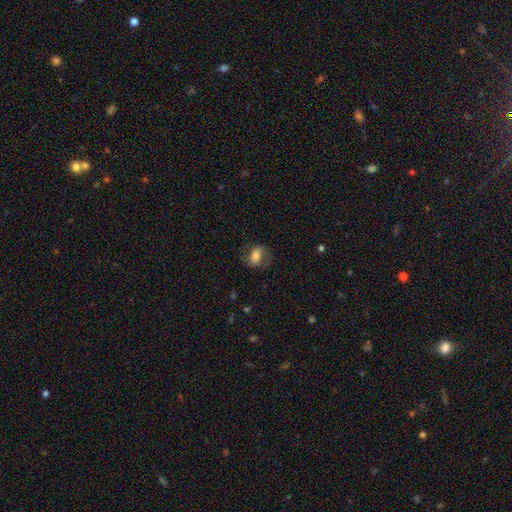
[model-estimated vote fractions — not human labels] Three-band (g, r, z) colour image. It shows a smooth galaxy with no disk features (61%) that is in between round and cigar-shaped (74%). Merging: none (66%).